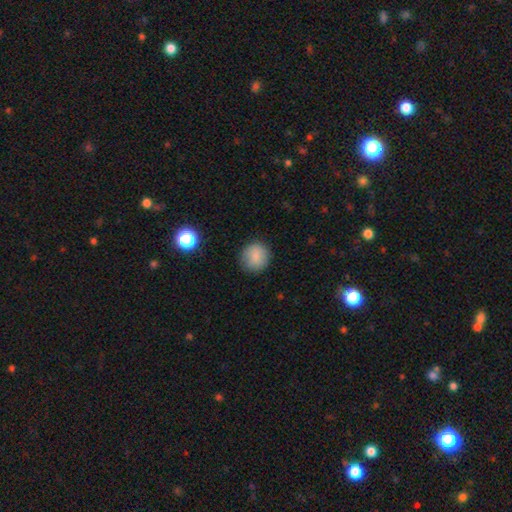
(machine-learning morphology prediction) Smooth or featured?
  - smooth: 85% *
  - star or artifact: 9%
  - featured or disk: 6%
How rounded?
  - round: 87% *
  - in between: 12%
  - cigar-shaped: 1%
Merging?
  - none: 86% *
  - minor disturbance: 10%
  - major disturbance: 3%
  - merger: 1%